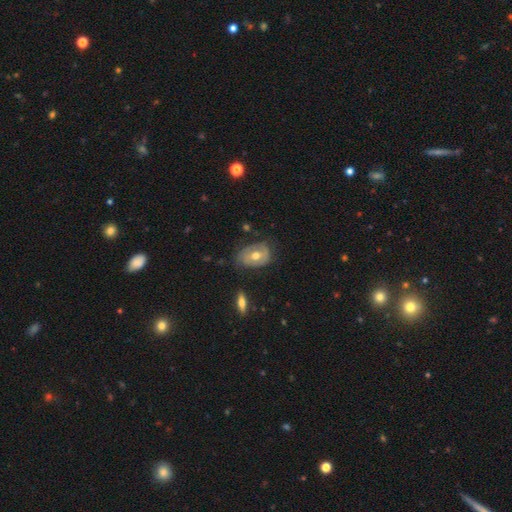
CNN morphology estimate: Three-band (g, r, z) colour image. It shows a featured or disk galaxy (51%). Merging: none (56%).